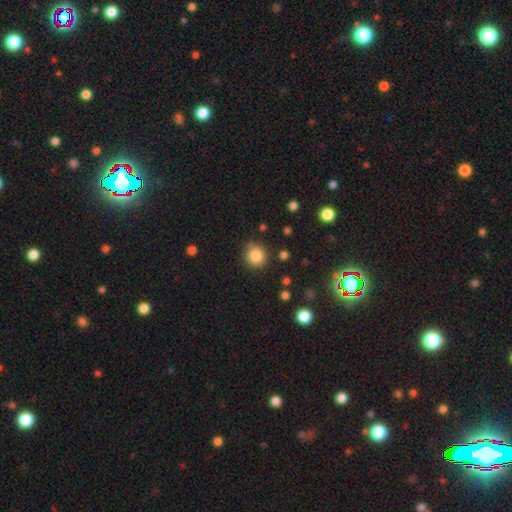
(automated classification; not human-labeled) Smooth or featured? smooth (85%)
How rounded? round (90%)
Merging? none (81%)